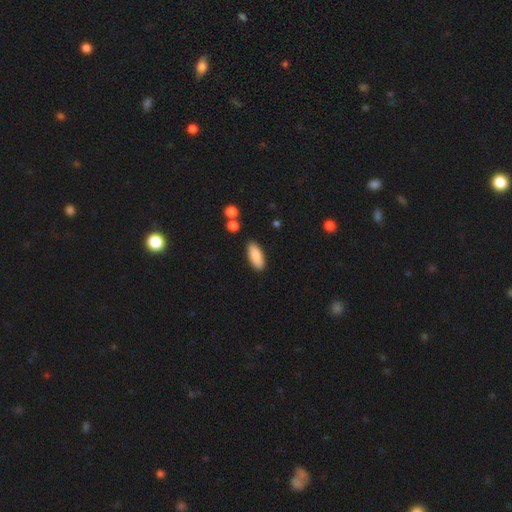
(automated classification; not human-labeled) Overall: smooth (86%). How rounded: in between (76%). Merging: none (86%).